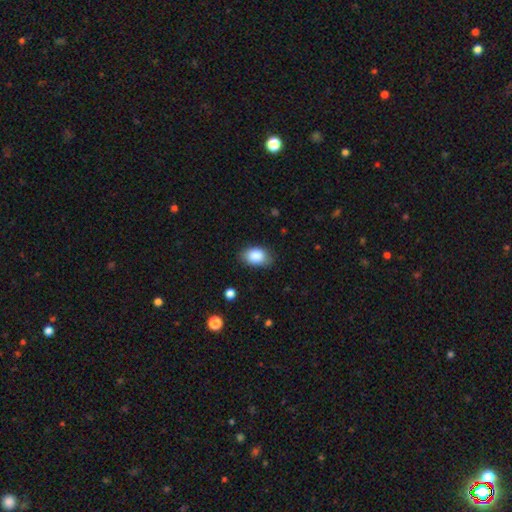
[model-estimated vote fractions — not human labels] Smooth or featured?
  - smooth: 88% *
  - star or artifact: 7%
  - featured or disk: 5%
How rounded?
  - in between: 86% *
  - round: 13%
  - cigar-shaped: 1%
Merging?
  - none: 81% *
  - minor disturbance: 15%
  - major disturbance: 3%
  - merger: 1%